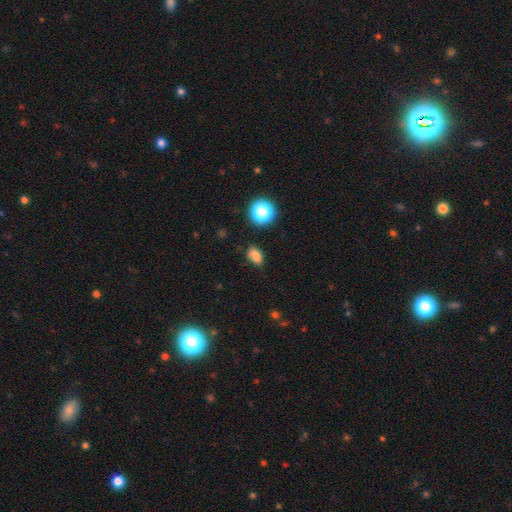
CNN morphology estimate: smooth_or_featured: smooth (p=0.80) [alt: star or artifact p=0.14]
how_rounded: in between (p=0.79) [alt: round p=0.19]
merging: none (p=0.78) [alt: minor disturbance p=0.16]